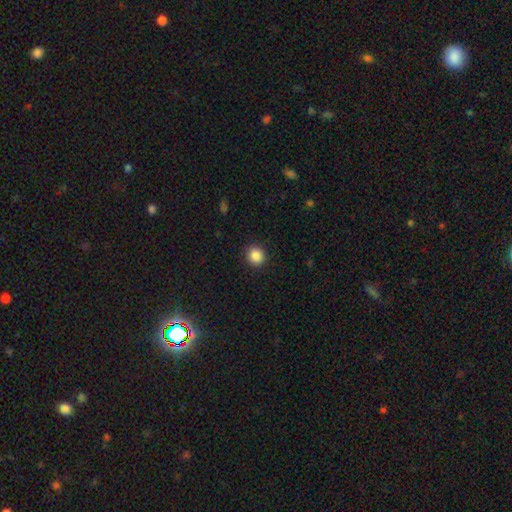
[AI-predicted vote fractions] smooth_or_featured: smooth (p=0.87) [alt: star or artifact p=0.10]
how_rounded: round (p=0.88) [alt: in between p=0.11]
merging: none (p=0.91) [alt: minor disturbance p=0.06]